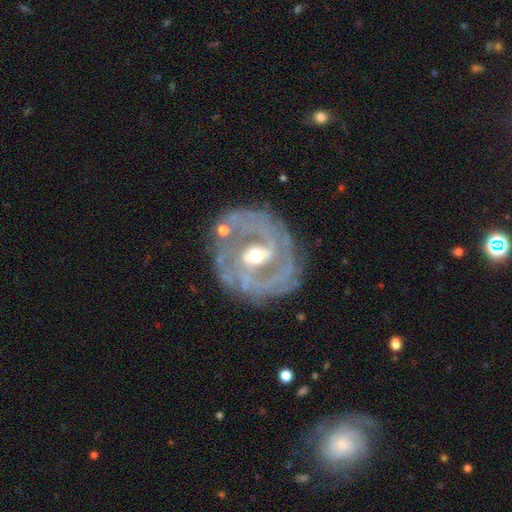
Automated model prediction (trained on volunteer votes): A featured or disk galaxy (89%) with a weak bar (45%), 2 (65%) tight (44%) spiral arms (93%) and a moderate central bulge (62%). Merging: none (74%).